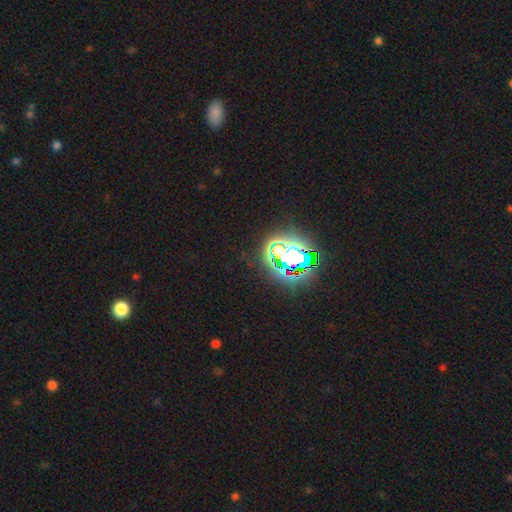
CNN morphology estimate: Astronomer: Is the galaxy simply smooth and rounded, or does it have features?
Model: star or artifact — 75%.